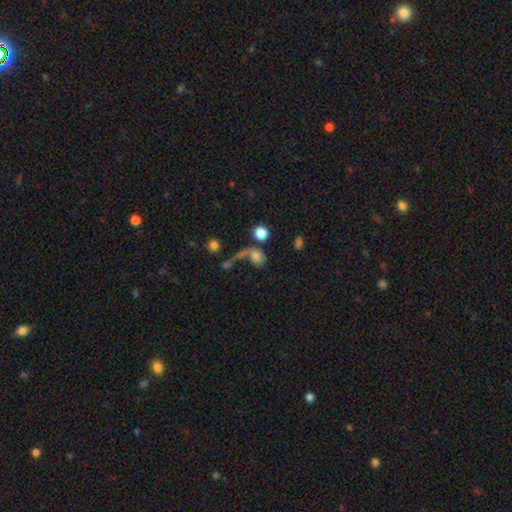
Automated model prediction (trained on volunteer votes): A smooth galaxy with no disk features (62%) that is round (64%). Merging: none (32%).